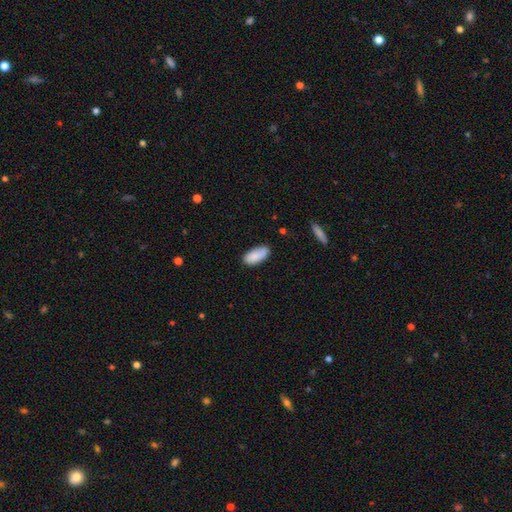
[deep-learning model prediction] The model was most divided on "merging": none: 76%, minor disturbance: 18%, major disturbance: 3%, merger: 2%. More confident: how rounded — in between (88%); smooth or featured — smooth (87%).